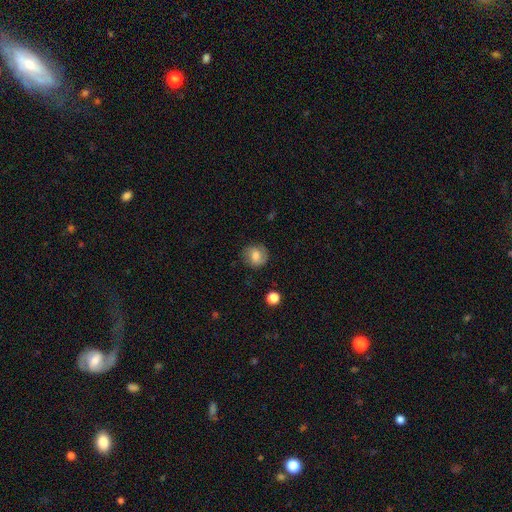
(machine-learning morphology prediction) This appears to be a smooth galaxy with no disk features (60%) that is round (81%). Merging: none (79%).